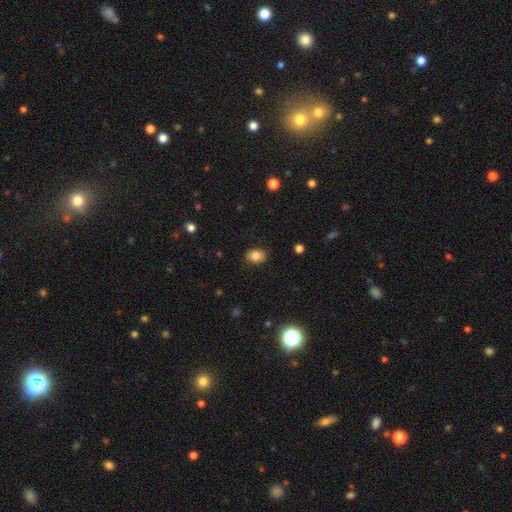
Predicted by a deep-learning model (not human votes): Smooth or featured: smooth — 82% (star or artifact — 10%)
How rounded: in between — 59% (round — 40%)
Merging: none — 87% (minor disturbance — 10%)